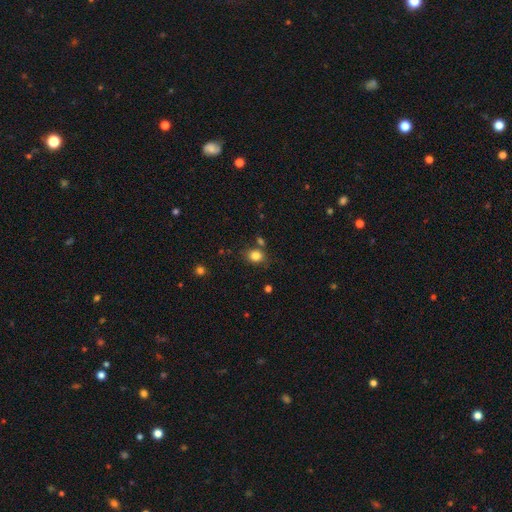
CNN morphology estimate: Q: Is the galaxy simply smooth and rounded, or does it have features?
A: smooth — 83%.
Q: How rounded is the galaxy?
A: round — 56%.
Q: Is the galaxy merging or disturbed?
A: none — 75%.